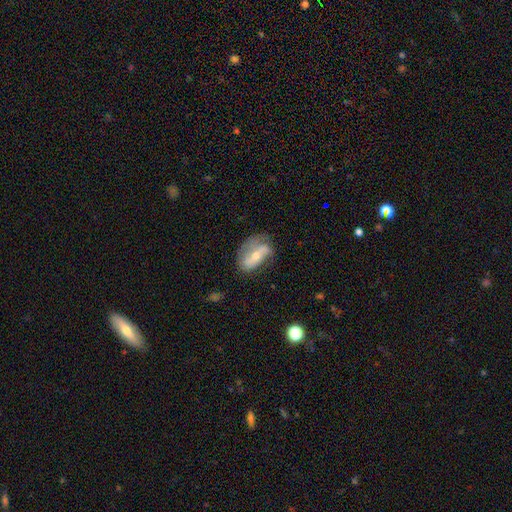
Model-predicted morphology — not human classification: smooth-or-featured: featured or disk: 59% | smooth: 33% | star or artifact: 7%
  disk-edge-on: no: 92% | yes: 8%
    bar: no: 46% | weak: 29% | strong: 26%
    has-spiral-arms: yes: 67% | no: 33%
    bulge-size: moderate: 54% | small: 41% | large: 3% | none: 2% | dominant: 1%
  merging: none: 49% | minor disturbance: 30% | major disturbance: 17% | merger: 4%